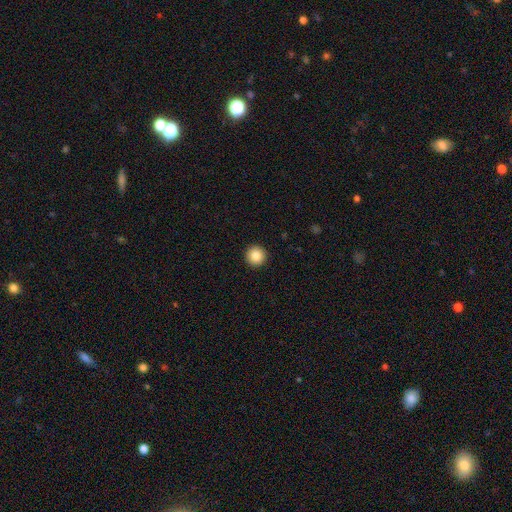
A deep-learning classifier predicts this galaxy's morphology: Q: Smooth or featured?
A: smooth (85%); runner-up: star or artifact (10%)
Q: How rounded?
A: round (96%); runner-up: in between (3%)
Q: Merging?
A: none (94%); runner-up: minor disturbance (4%)